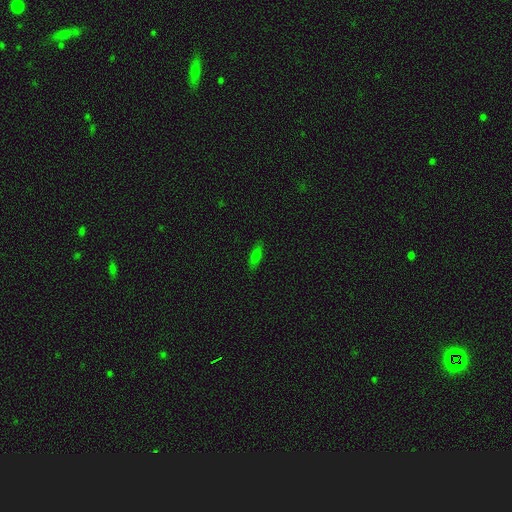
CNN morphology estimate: smooth_or_featured: smooth (p=0.68) [alt: featured or disk p=0.20]
how_rounded: in between (p=0.50) [alt: cigar-shaped p=0.47]
merging: none (p=0.85) [alt: minor disturbance p=0.11]